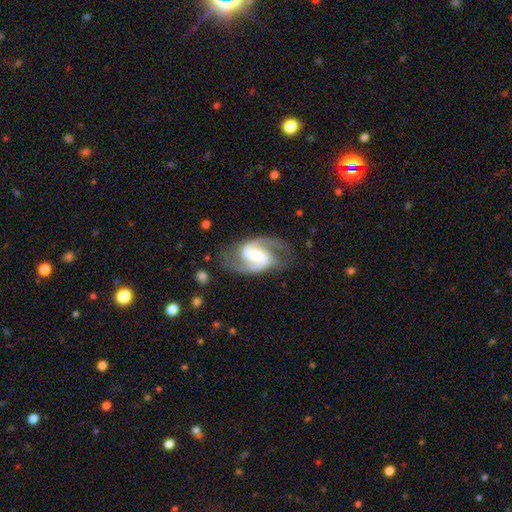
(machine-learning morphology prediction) featured or disk 91%, smooth 5%, star or artifact 4%. Down the decision tree: edge-on disk — no (98%); bar — weak (47%); spiral arms — yes (98%); spiral arm count — 2 (91%); spiral winding — medium (59%); bulge size — moderate (52%); merging — none (74%).